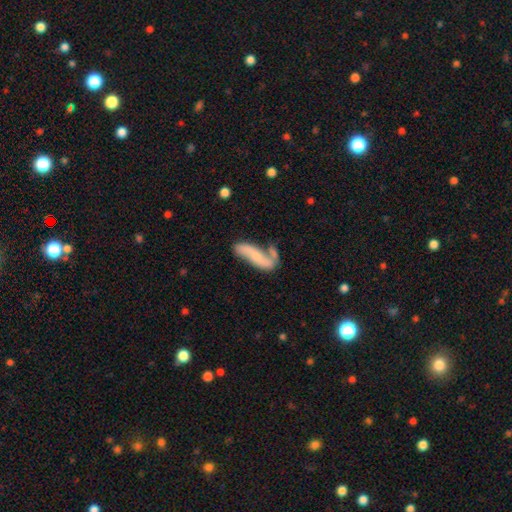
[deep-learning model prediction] Smooth or featured?
  - featured or disk: 52% *
  - smooth: 40%
  - star or artifact: 8%
Edge-on disk?
  - no: 83% *
  - yes: 17%
Merging?
  - none: 37% *
  - merger: 25%
  - minor disturbance: 22%
  - major disturbance: 16%